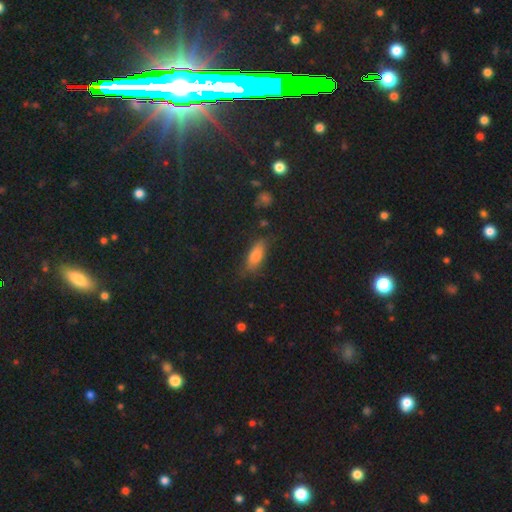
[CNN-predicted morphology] Overall: smooth (73%). How rounded: in between (66%; cigar-shaped 30%). Merging: none (73%).